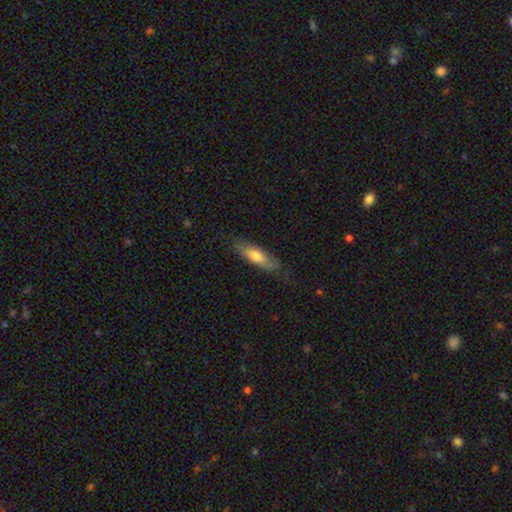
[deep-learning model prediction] A smooth galaxy with no disk features (67%) that is cigar-shaped (50%). Merging: none (72%).